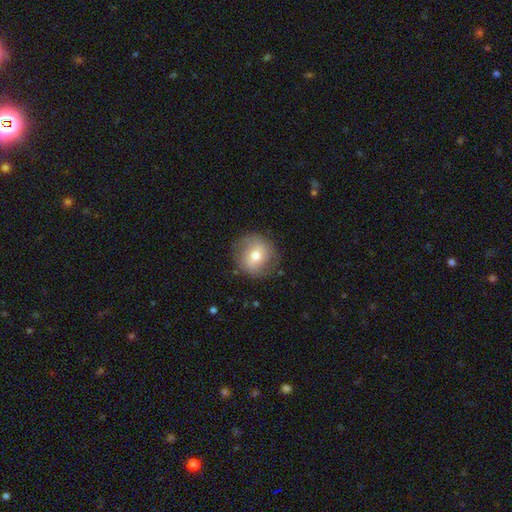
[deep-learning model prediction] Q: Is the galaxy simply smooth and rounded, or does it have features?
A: smooth — 62%.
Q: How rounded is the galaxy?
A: round — 90%.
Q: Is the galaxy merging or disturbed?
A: none — 82%.